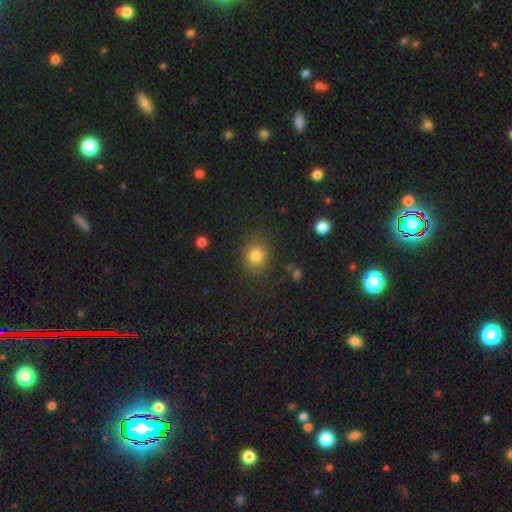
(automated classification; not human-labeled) smooth_or_featured: smooth (p=0.80) [alt: star or artifact p=0.14]
how_rounded: round (p=0.78) [alt: in between p=0.21]
merging: none (p=0.85) [alt: minor disturbance p=0.09]